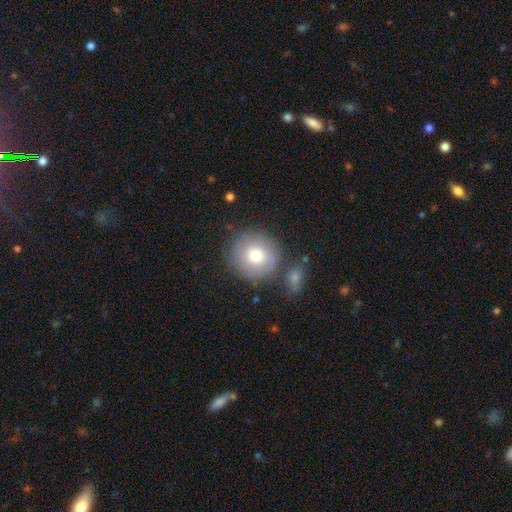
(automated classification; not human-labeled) A smooth galaxy with no disk features (72%) that is round (92%).

Vote fractions:
- Smooth or featured? smooth: 72% / featured or disk: 20% / star or artifact: 8%
- How rounded? round: 92% / in between: 7% / cigar-shaped: 1%
- Merging? none: 73% / minor disturbance: 14% / merger: 8% / major disturbance: 5%